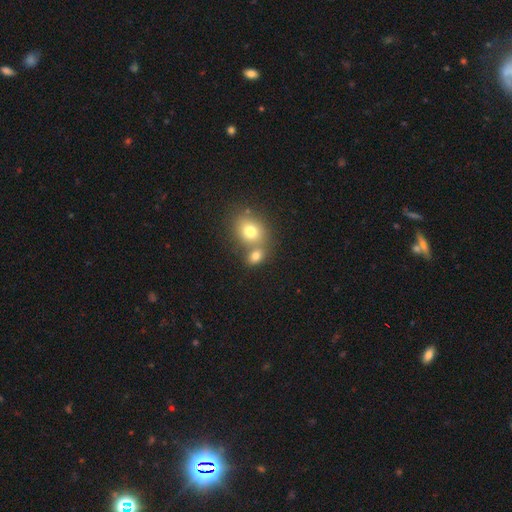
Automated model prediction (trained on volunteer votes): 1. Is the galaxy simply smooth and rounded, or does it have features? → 77% smooth, 12% star or artifact, 11% featured or disk.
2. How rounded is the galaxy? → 53% in between, 46% round, 1% cigar-shaped.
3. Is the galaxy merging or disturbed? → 45% merger, 43% none, 9% minor disturbance, 4% major disturbance.